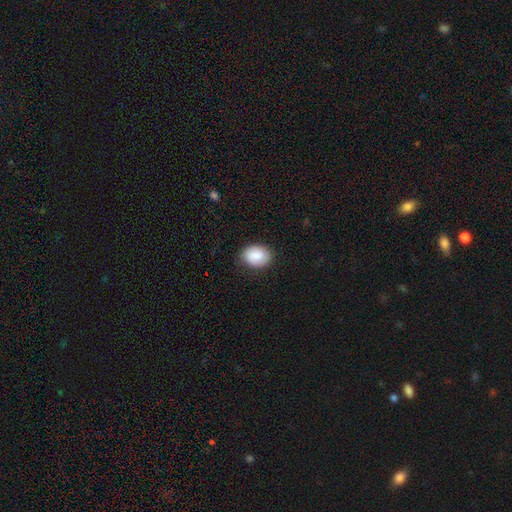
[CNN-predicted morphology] Smooth or featured? Predicted: smooth (p=0.86). How rounded? Predicted: in between (p=0.67). Merging? Predicted: none (p=0.81).